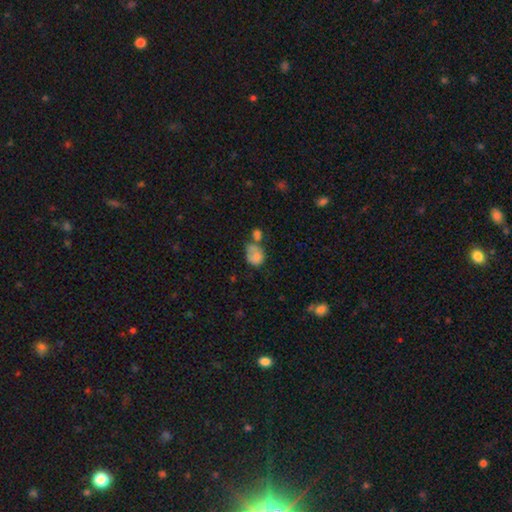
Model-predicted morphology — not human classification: Overall: smooth (73%). How rounded: in between (56%; round 43%). Merging: merger (40%; none 24%).